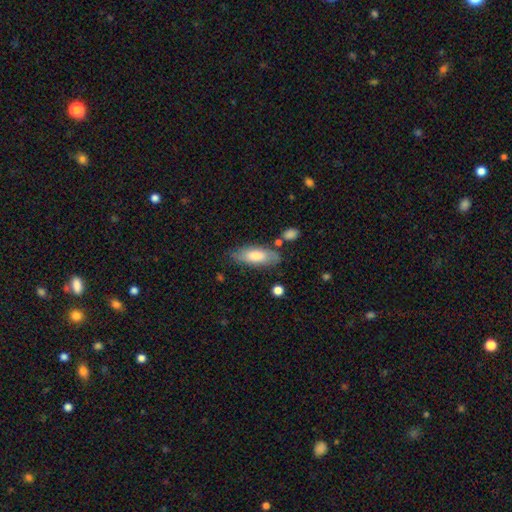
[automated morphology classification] Smooth or featured? Predicted: smooth (p=0.73). How rounded? Predicted: in between (p=0.71). Merging? Predicted: none (p=0.73).